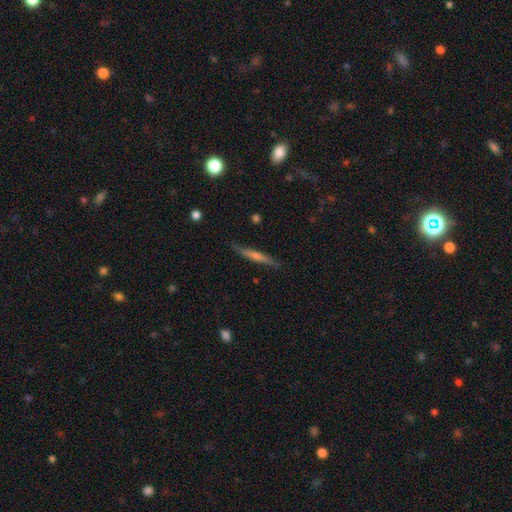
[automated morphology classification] A featured or disk galaxy (56%) viewed edge-on (93%) with a rounded central bulge (68%). Merging: none (86%).